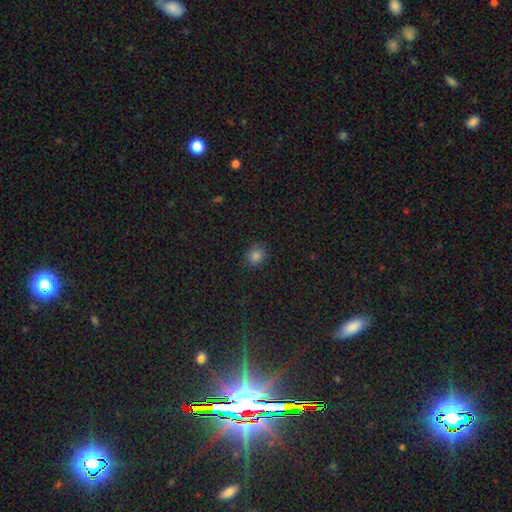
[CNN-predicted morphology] smooth-or-featured: smooth: 82% | star or artifact: 14% | featured or disk: 4%
  how-rounded: round: 78% | in between: 21% | cigar-shaped: 1%
  merging: none: 87% | minor disturbance: 9% | major disturbance: 2% | merger: 1%